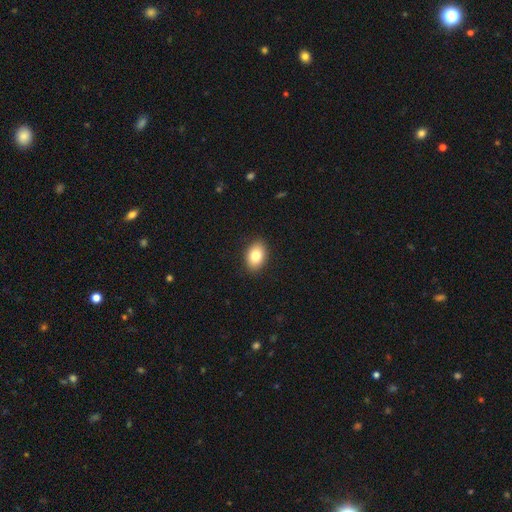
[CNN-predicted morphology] This appears to be a smooth galaxy with no disk features (80%) that is in between round and cigar-shaped (84%). Merging: none (89%).